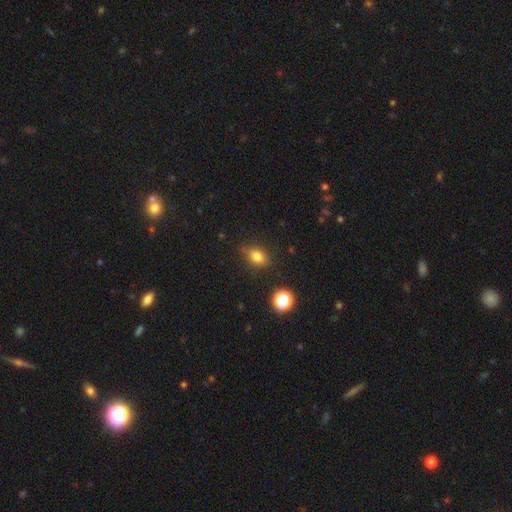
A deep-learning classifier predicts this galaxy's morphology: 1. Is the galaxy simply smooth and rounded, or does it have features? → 79% smooth, 14% star or artifact, 8% featured or disk.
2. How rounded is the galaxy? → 64% in between, 34% round, 2% cigar-shaped.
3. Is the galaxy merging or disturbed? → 80% none, 15% minor disturbance, 3% major disturbance, 2% merger.